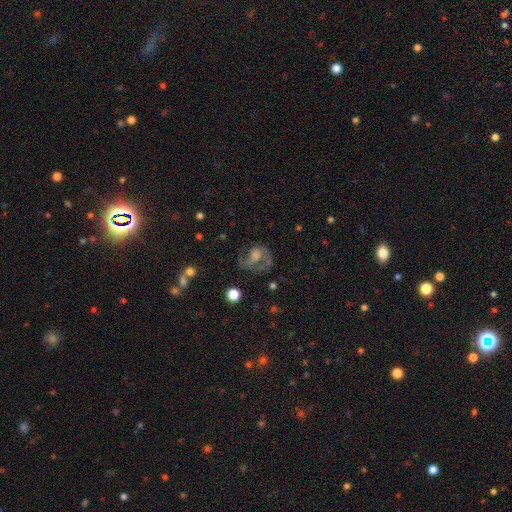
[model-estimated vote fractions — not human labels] The model was most divided on "bulge size": moderate: 36%, small: 29%, none: 20%, large: 13%, dominant: 2%. Remaining: edge-on disk — no (97%); spiral arms — yes (84%); smooth or featured — featured or disk (68%); bar — no (57%); spiral arm count — 2 (56%); merging — none (50%); spiral winding — medium (50%).